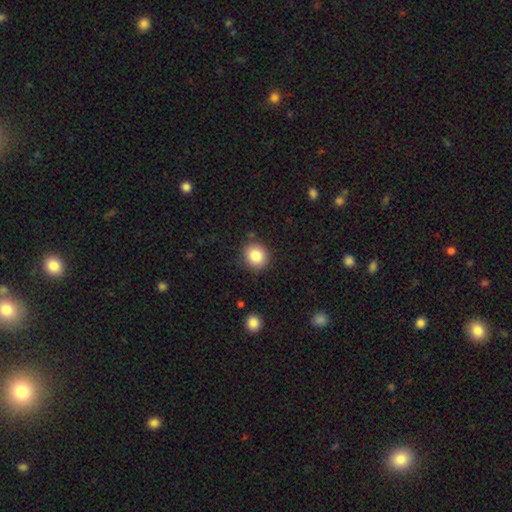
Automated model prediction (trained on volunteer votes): Smooth or featured: smooth — 85% (star or artifact — 9%)
How rounded: round — 81% (in between — 18%)
Merging: none — 86% (minor disturbance — 9%)